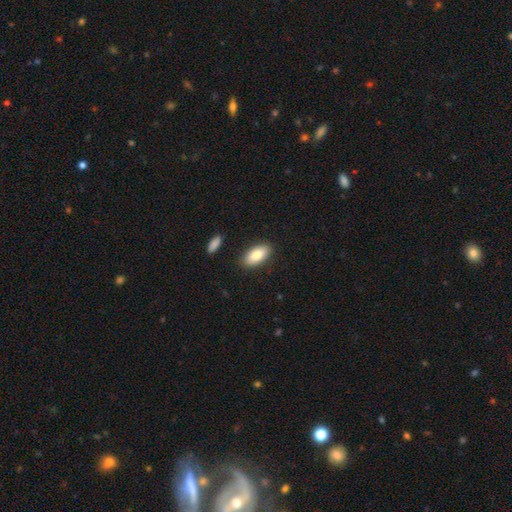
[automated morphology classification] This is clearly a smooth galaxy (84%). How rounded: clearly in between (90%). Merging: clearly none (87%).